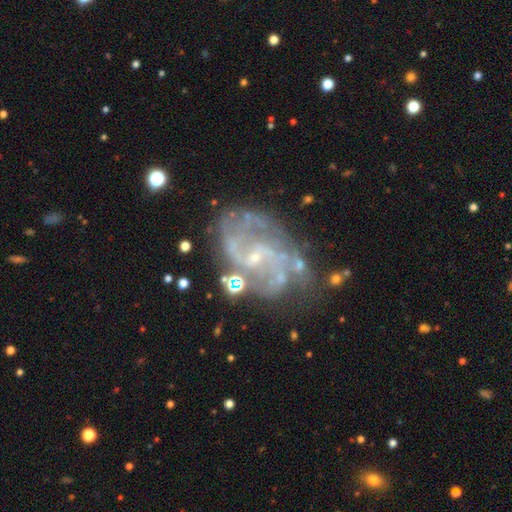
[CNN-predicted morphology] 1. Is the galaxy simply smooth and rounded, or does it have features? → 86% featured or disk, 8% star or artifact, 6% smooth.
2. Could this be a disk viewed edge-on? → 98% no, 2% yes.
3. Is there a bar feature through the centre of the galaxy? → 47% no, 42% weak, 10% strong.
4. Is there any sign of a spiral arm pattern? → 92% yes, 8% no.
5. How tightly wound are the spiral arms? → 49% medium, 25% loose, 25% tight.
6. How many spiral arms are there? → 53% 2, 21% can't tell, 12% 3, 6% 4, 5% 1, 5% more than 4.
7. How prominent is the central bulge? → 79% small, 11% moderate, 8% none, 1% large, 1% dominant.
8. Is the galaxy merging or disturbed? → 58% none, 21% minor disturbance, 15% major disturbance, 6% merger.